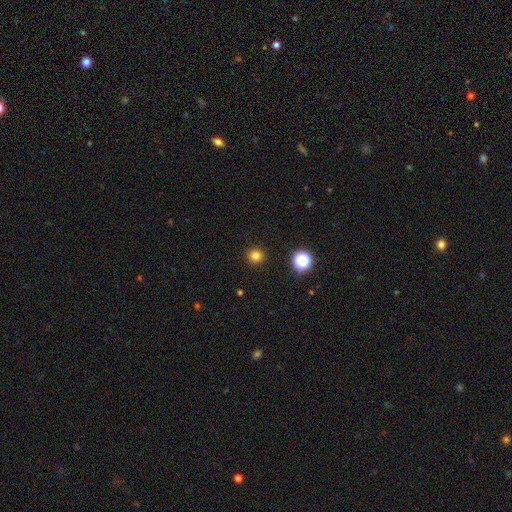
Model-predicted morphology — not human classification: Overall: smooth (79%). How rounded: round (93%). Merging: none (92%).